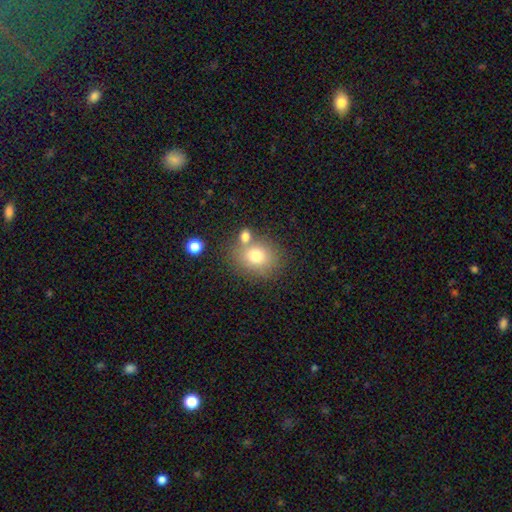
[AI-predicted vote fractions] The model was most divided on "how rounded": round: 61%, in between: 38%, cigar-shaped: 1%. More confident: smooth or featured — smooth (76%); merging — none (61%).